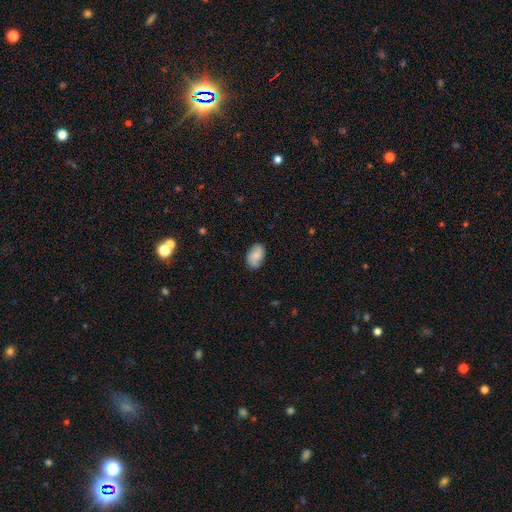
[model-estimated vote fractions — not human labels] Smooth or featured? Predicted: smooth (p=0.69). How rounded? Predicted: in between (p=0.89). Merging? Predicted: none (p=0.80).